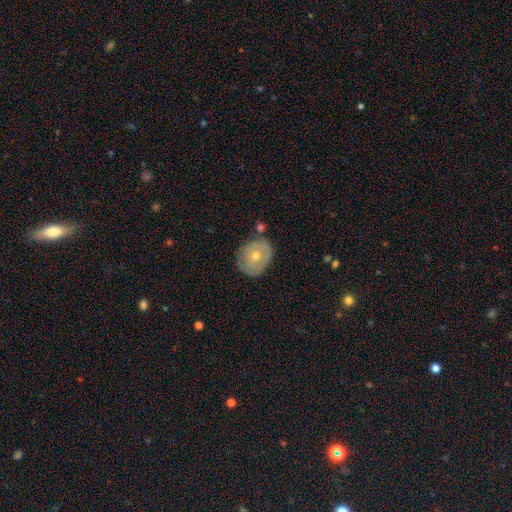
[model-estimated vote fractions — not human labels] The model was most divided on "smooth or featured": smooth: 54%, featured or disk: 39%, star or artifact: 7%. More confident: merging — none (67%); how rounded — round (63%).